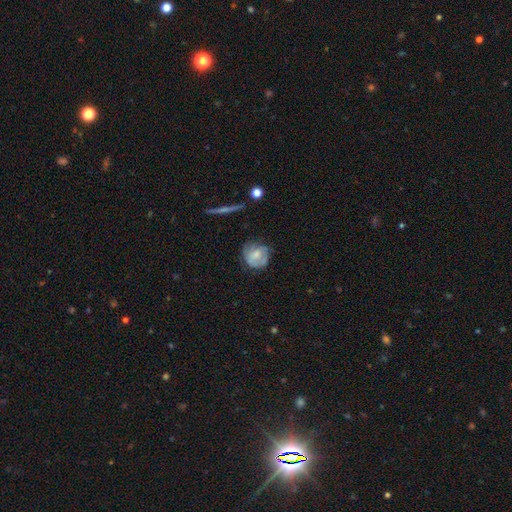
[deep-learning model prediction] smooth-or-featured: smooth: 55% | featured or disk: 38% | star or artifact: 8%
  how-rounded: round: 77% | in between: 22% | cigar-shaped: 1%
  merging: none: 57% | minor disturbance: 29% | major disturbance: 12% | merger: 2%